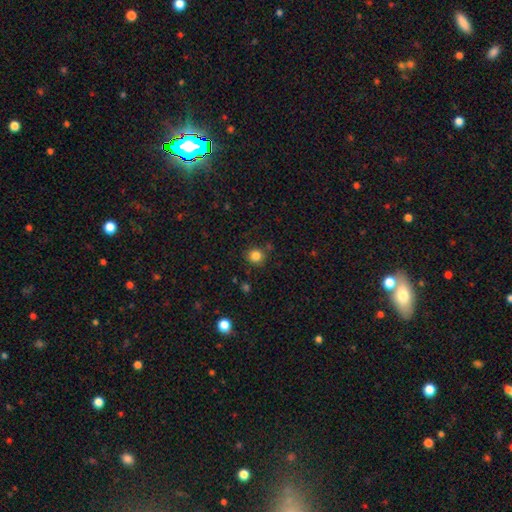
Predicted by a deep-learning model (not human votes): The model was most divided on "smooth or featured": smooth: 84%, star or artifact: 12%, featured or disk: 4%. More confident: how rounded — round (89%); merging — none (84%).